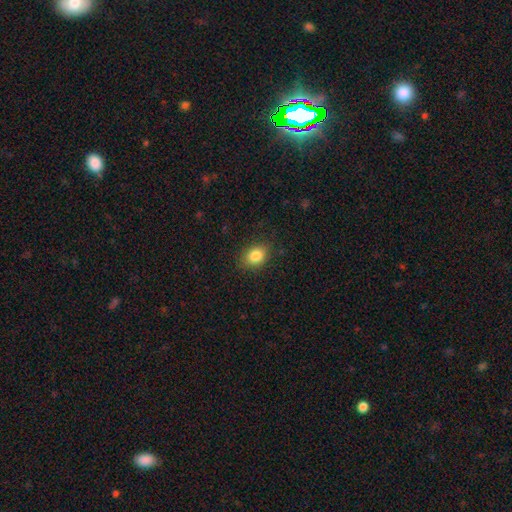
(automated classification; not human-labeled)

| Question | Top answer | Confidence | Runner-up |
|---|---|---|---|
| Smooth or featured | smooth | 84% | star or artifact (10%) |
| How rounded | in between | 56% | round (43%) |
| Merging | none | 84% | minor disturbance (12%) |